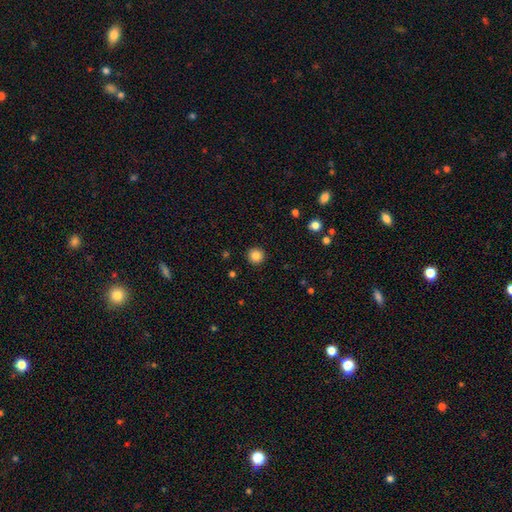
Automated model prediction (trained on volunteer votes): smooth 85%, star or artifact 10%, featured or disk 5%. Down the decision tree: how rounded — round (96%); merging — none (93%).